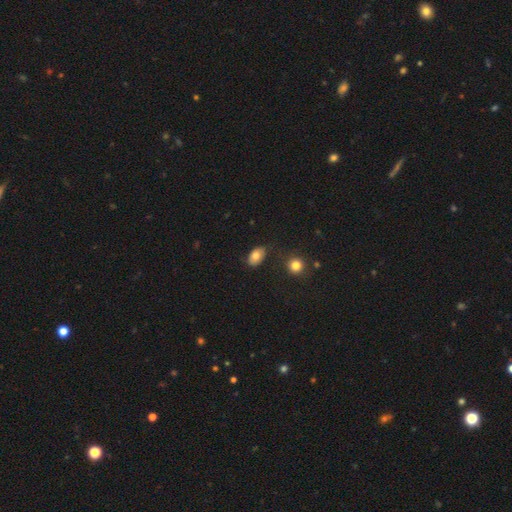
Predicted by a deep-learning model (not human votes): Smooth or featured? Predicted: smooth (p=0.78). How rounded? Predicted: in between (p=0.88). Merging? Predicted: none (p=0.80).